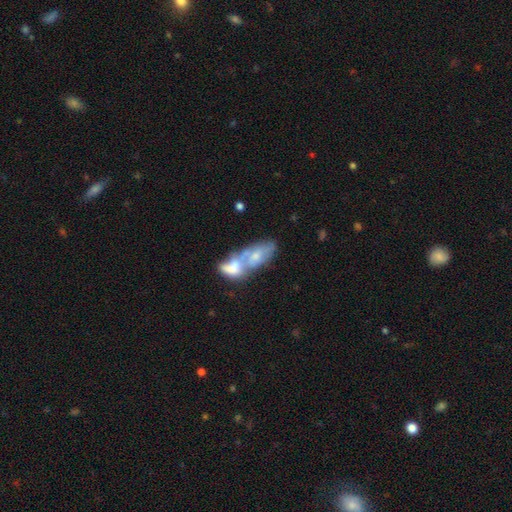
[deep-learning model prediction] Overall: smooth (48%; featured or disk 45%). Merging: merger (71%).